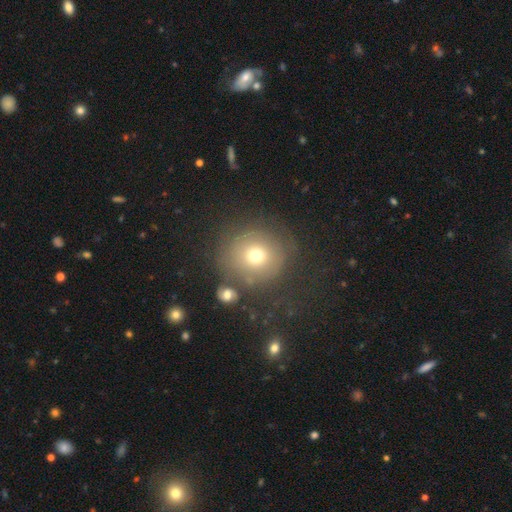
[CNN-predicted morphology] The model was most divided on "smooth or featured": smooth: 67%, featured or disk: 19%, star or artifact: 14%. More confident: how rounded — round (89%); merging — none (70%).